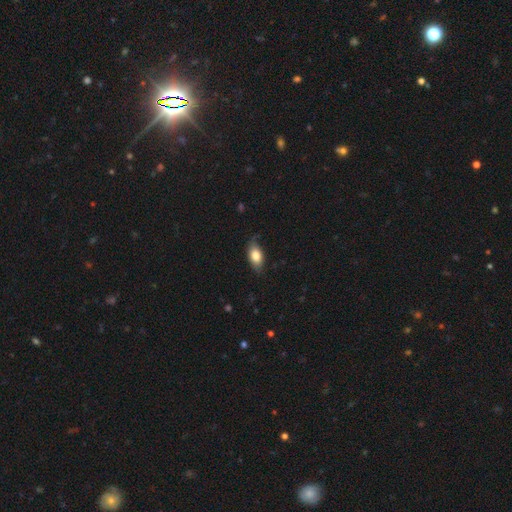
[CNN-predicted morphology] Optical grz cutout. It shows a smooth galaxy with no disk features (80%) that is in between round and cigar-shaped (89%). Merging: none (74%).